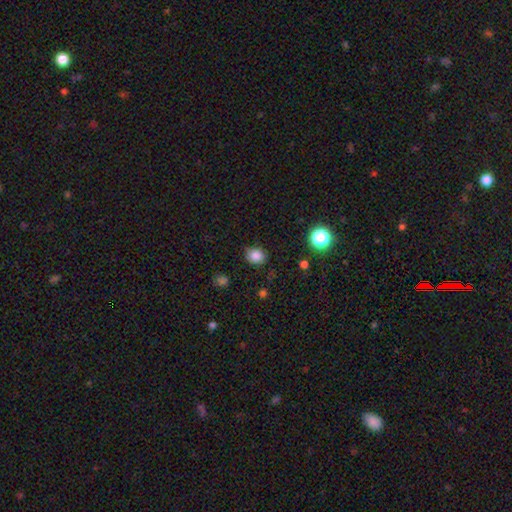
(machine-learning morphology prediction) type=smooth (84%); roundness=round (70%); merging=none (81%).